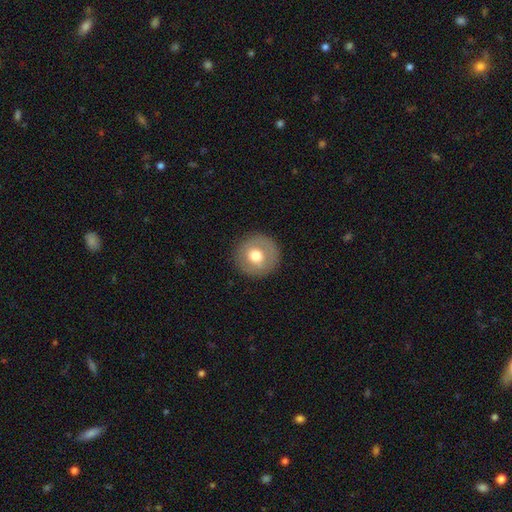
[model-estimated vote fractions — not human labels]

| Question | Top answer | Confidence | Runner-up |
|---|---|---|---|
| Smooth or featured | smooth | 64% | featured or disk (28%) |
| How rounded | round | 94% | in between (5%) |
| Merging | none | 89% | minor disturbance (7%) |